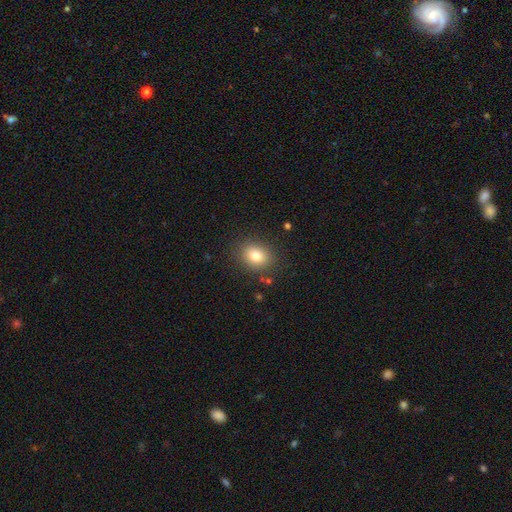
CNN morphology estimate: This is clearly a smooth galaxy (81%). How rounded: possibly in between (53%). Merging: clearly none (85%).